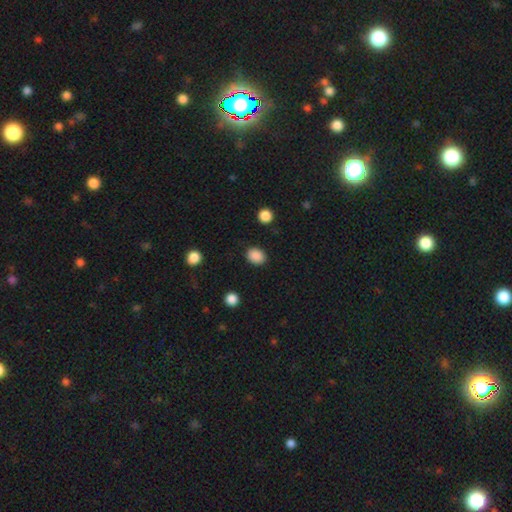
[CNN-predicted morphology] smooth-or-featured: smooth: 88% | star or artifact: 9% | featured or disk: 3%
  how-rounded: in between: 59% | round: 40% | cigar-shaped: 1%
  merging: none: 89% | minor disturbance: 8% | major disturbance: 2% | merger: 1%